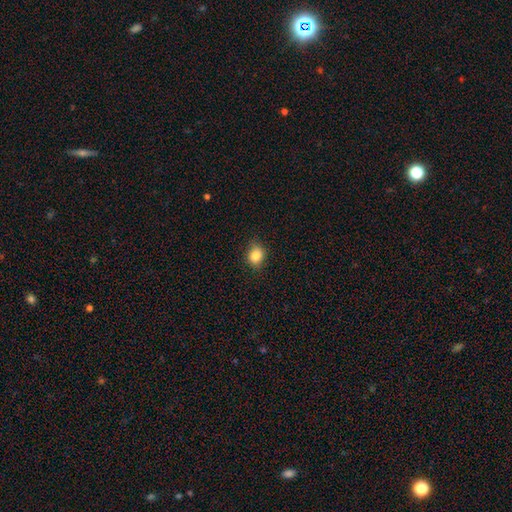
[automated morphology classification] smooth-or-featured: smooth: 84% | star or artifact: 11% | featured or disk: 6%
  how-rounded: round: 67% | in between: 32% | cigar-shaped: 1%
  merging: none: 84% | minor disturbance: 12% | major disturbance: 3% | merger: 1%